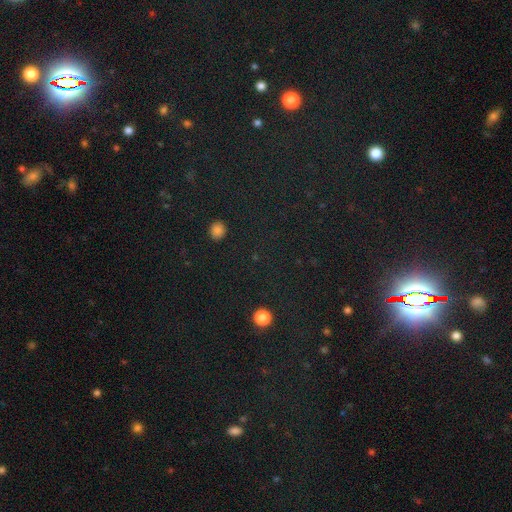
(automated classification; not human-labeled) Morphology: type=star or artifact (76%).